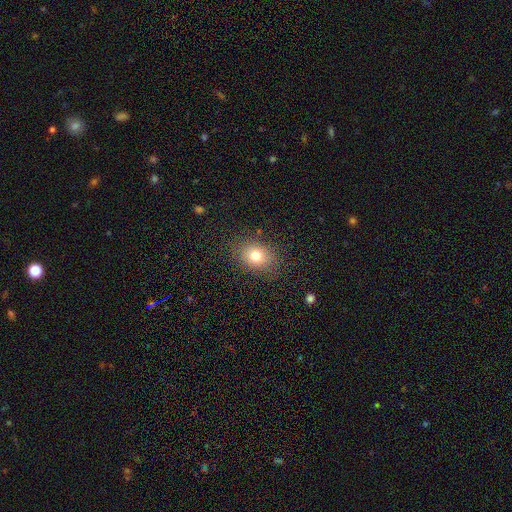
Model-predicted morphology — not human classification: smooth_or_featured: smooth (p=0.77) [alt: star or artifact p=0.13]
how_rounded: in between (p=0.55) [alt: round p=0.45]
merging: none (p=0.83) [alt: minor disturbance p=0.11]